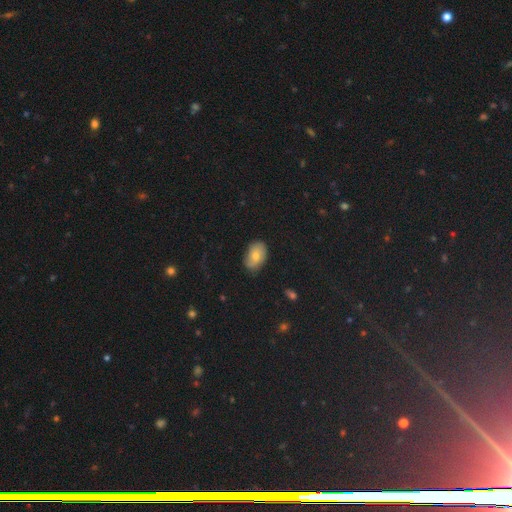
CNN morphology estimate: The model was most divided on "smooth or featured": smooth: 71%, featured or disk: 20%, star or artifact: 9%. More confident: how rounded — in between (85%); merging — none (73%).